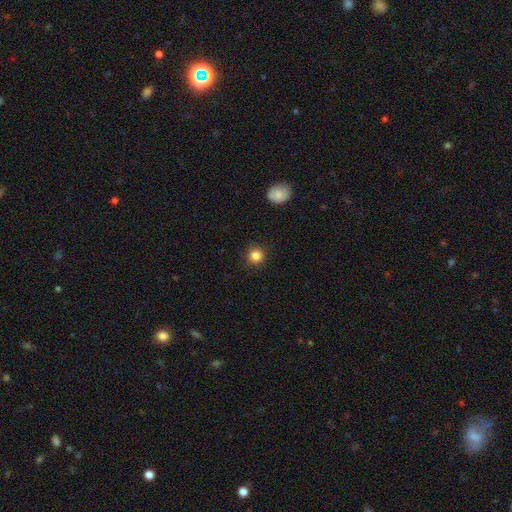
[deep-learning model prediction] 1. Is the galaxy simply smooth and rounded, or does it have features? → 84% smooth, 11% star or artifact, 4% featured or disk.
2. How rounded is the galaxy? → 94% round, 5% in between, 1% cigar-shaped.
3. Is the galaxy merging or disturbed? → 90% none, 7% minor disturbance, 2% major disturbance, 1% merger.